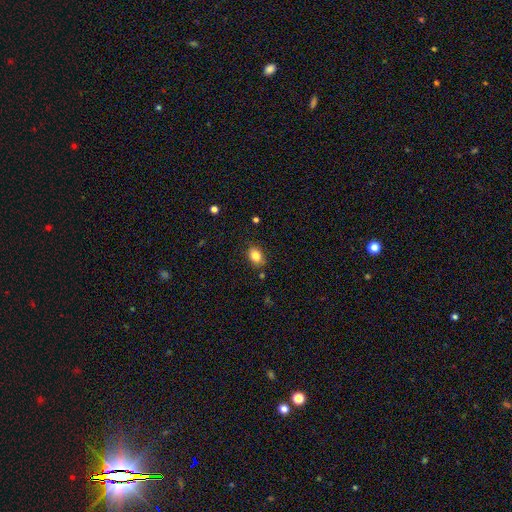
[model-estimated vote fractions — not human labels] smooth-or-featured: smooth: 83% | star or artifact: 9% | featured or disk: 7%
  how-rounded: in between: 74% | round: 25% | cigar-shaped: 1%
  merging: none: 83% | minor disturbance: 12% | major disturbance: 3% | merger: 2%